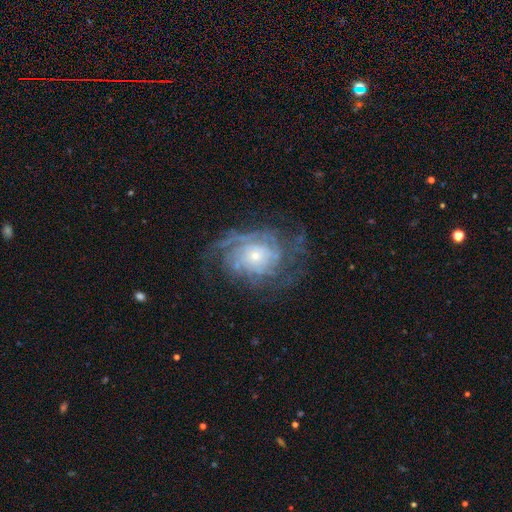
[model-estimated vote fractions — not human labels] featured or disk 83%, smooth 10%, star or artifact 7%. Down the decision tree: edge-on disk — no (97%); bar — no (79%); spiral arms — yes (91%); spiral arm count — can't tell (40%); spiral winding — tight (59%); bulge size — small (71%); merging — none (65%).